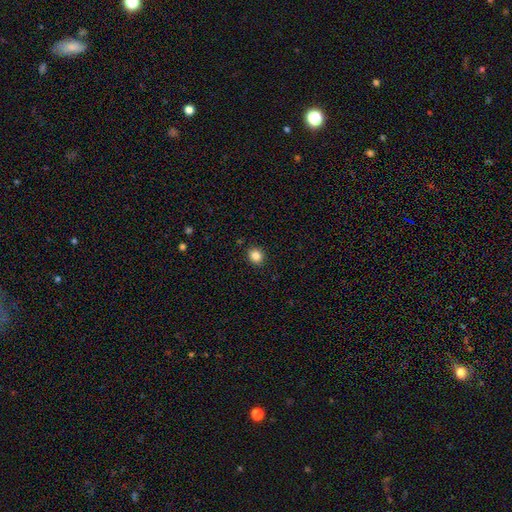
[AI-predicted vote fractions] Morphology: type=smooth (84%); roundness=round (79%); merging=none (90%).